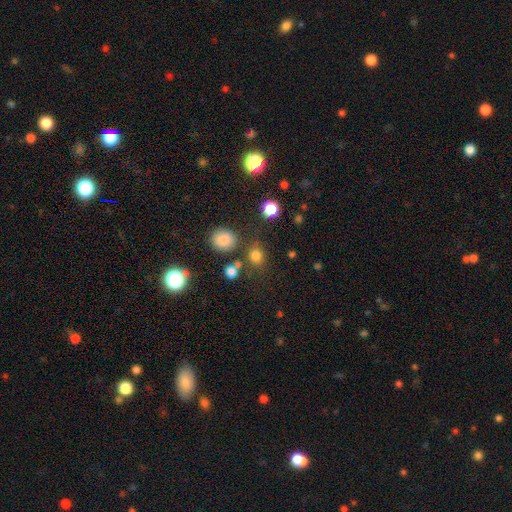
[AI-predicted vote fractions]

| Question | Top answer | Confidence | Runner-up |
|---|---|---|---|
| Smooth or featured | smooth | 77% | star or artifact (17%) |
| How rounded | round | 68% | in between (31%) |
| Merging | none | 71% | minor disturbance (13%) |